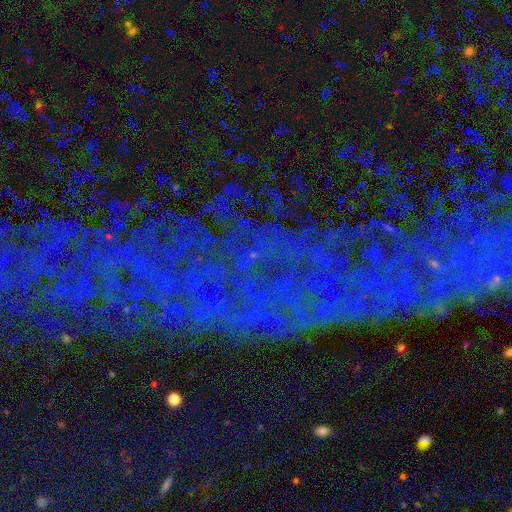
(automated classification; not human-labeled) This is clearly a star or artifact rather than a galaxy (80%).